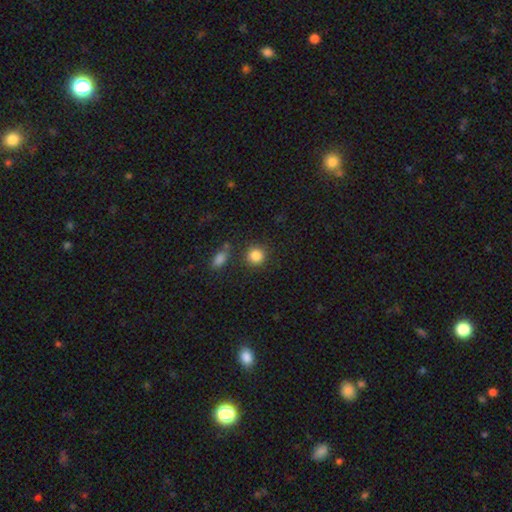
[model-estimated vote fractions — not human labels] smooth-or-featured: smooth: 86% | star or artifact: 10% | featured or disk: 4%
  how-rounded: round: 89% | in between: 10% | cigar-shaped: 1%
  merging: none: 83% | minor disturbance: 8% | merger: 5% | major disturbance: 3%